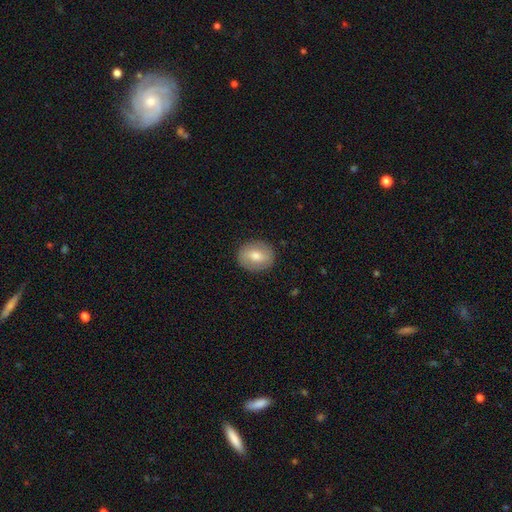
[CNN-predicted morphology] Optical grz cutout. It shows a smooth galaxy with no disk features (65%) that is round (62%). Merging: none (88%).